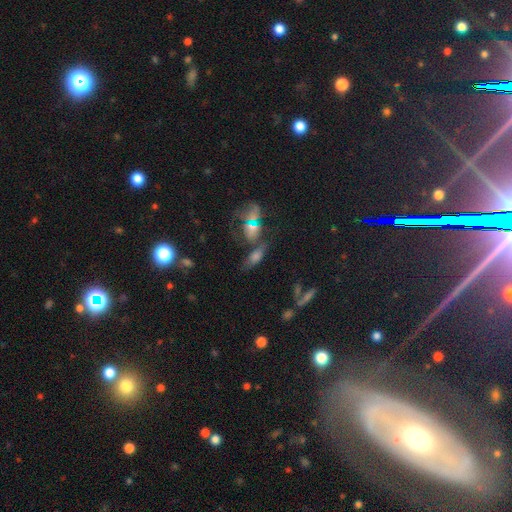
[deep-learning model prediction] The model was most divided on "merging": none: 38%, merger: 34%, minor disturbance: 15%, major disturbance: 12%. Remaining: smooth or featured — smooth (46%).